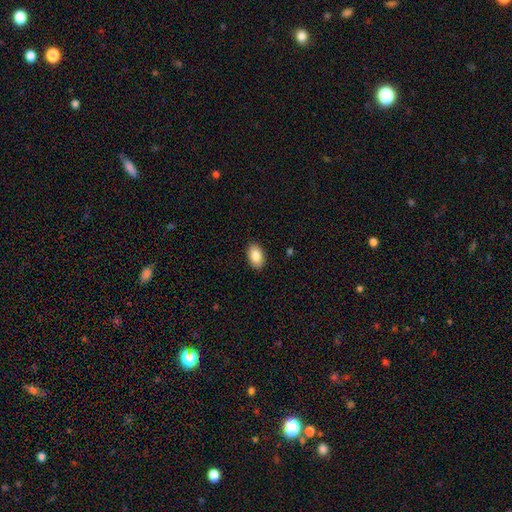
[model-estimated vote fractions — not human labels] Smooth or featured?
  - smooth: 86% *
  - featured or disk: 7%
  - star or artifact: 7%
How rounded?
  - in between: 92% *
  - round: 6%
  - cigar-shaped: 1%
Merging?
  - none: 89% *
  - minor disturbance: 8%
  - major disturbance: 2%
  - merger: 1%